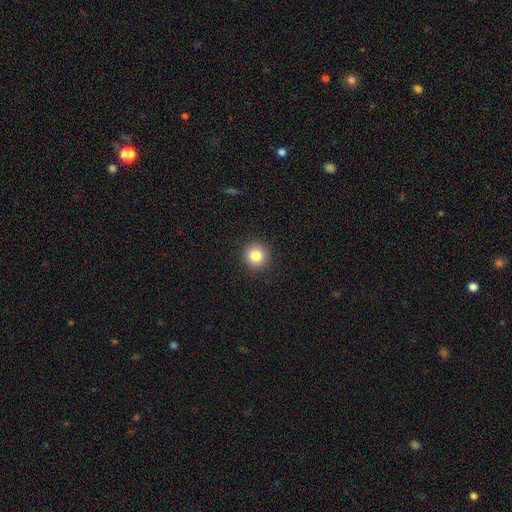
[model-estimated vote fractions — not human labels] smooth-or-featured: smooth: 83% | star or artifact: 10% | featured or disk: 7%
  how-rounded: round: 93% | in between: 6% | cigar-shaped: 1%
  merging: none: 92% | minor disturbance: 5% | major disturbance: 2% | merger: 1%